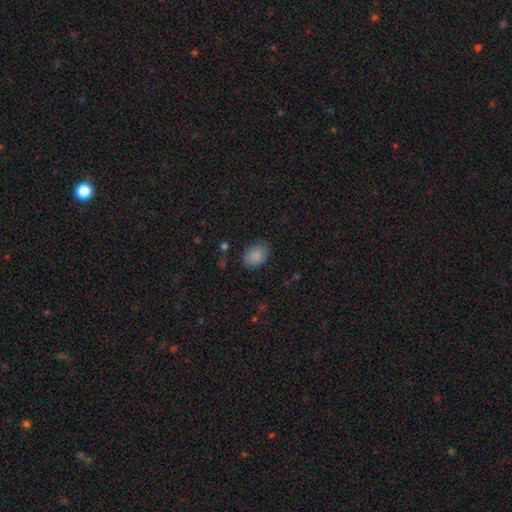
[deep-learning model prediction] Smooth or featured? Predicted: smooth (p=0.86). How rounded? Predicted: in between (p=0.72). Merging? Predicted: none (p=0.76).